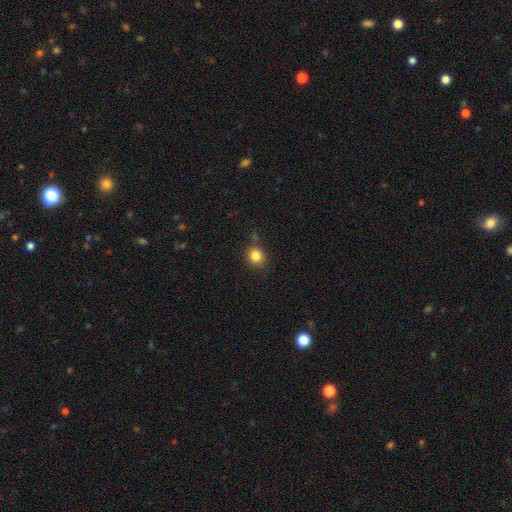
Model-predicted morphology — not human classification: Smooth or featured?
  - smooth: 84% *
  - star or artifact: 11%
  - featured or disk: 5%
How rounded?
  - round: 79% *
  - in between: 20%
  - cigar-shaped: 1%
Merging?
  - none: 82% *
  - minor disturbance: 11%
  - merger: 4%
  - major disturbance: 3%